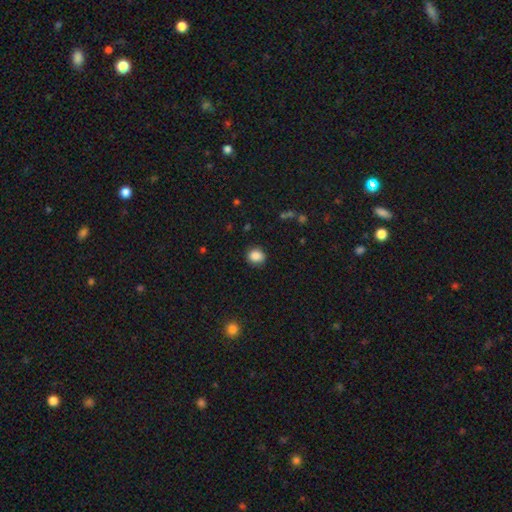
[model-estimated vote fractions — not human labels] The model was most divided on "how rounded": round: 66%, in between: 33%, cigar-shaped: 1%. More confident: merging — none (87%); smooth or featured — smooth (86%).